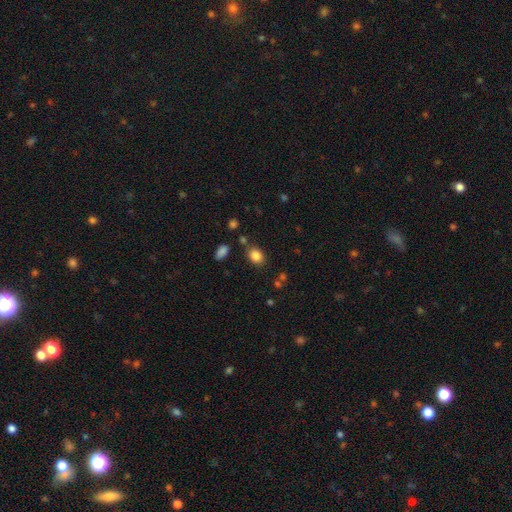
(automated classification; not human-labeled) Smooth or featured?
  - smooth: 85% *
  - star or artifact: 10%
  - featured or disk: 5%
How rounded?
  - in between: 64% *
  - round: 35%
  - cigar-shaped: 1%
Merging?
  - none: 79% *
  - minor disturbance: 12%
  - merger: 6%
  - major disturbance: 4%